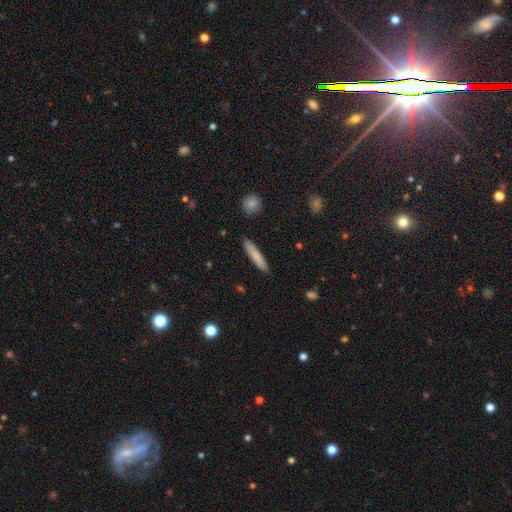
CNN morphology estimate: This is likely a smooth galaxy (79%). How rounded: clearly cigar-shaped (92%). Merging: clearly none (89%).